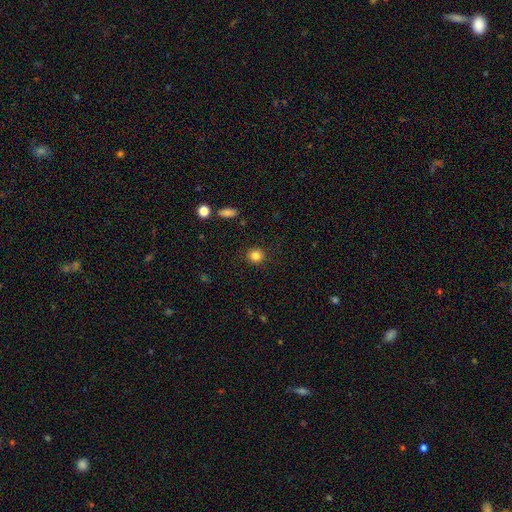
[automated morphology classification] A smooth galaxy with no disk features (84%) that is round (88%). Merging: none (90%).